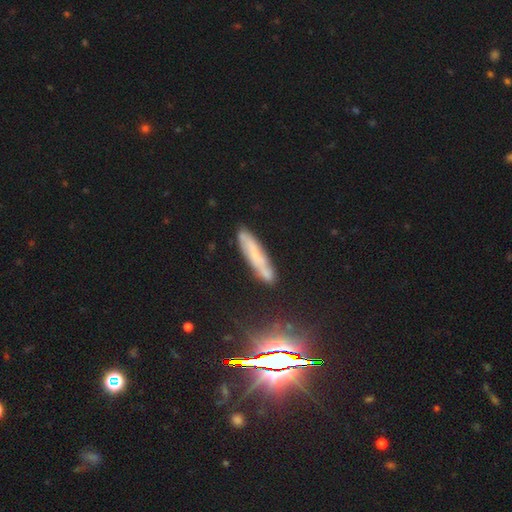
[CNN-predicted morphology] Smooth or featured? Predicted: smooth (p=0.46). Merging? Predicted: none (p=0.77).